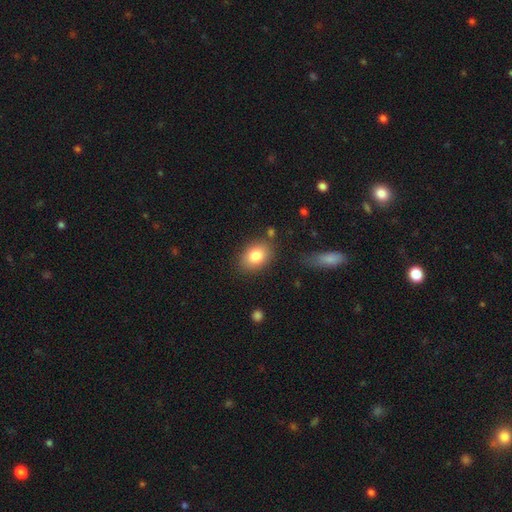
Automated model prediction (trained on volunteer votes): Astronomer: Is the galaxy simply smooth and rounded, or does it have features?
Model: smooth — 82%.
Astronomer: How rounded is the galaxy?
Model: in between — 73%.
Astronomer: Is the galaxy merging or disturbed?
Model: none — 80%.